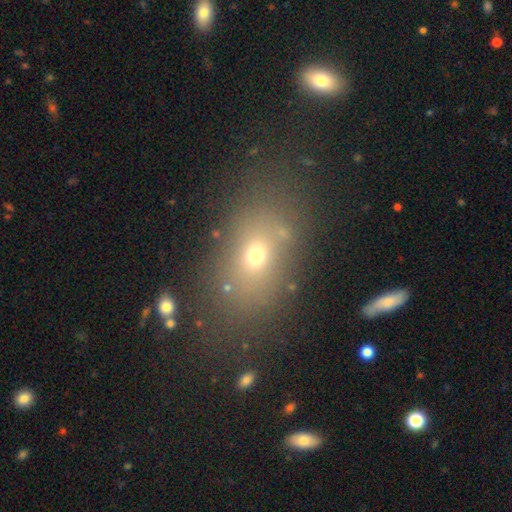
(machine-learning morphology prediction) Smooth or featured: smooth — 62% (star or artifact — 21%)
How rounded: in between — 70% (round — 27%)
Merging: none — 75% (minor disturbance — 12%)